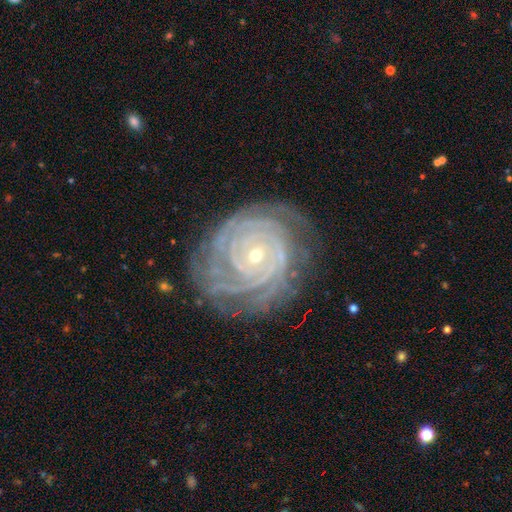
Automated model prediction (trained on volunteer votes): Smooth or featured: featured or disk — 91% (star or artifact — 6%)
Edge-on disk: no — 97% (yes — 3%)
Bar: no — 73% (weak — 18%)
Spiral arms: yes — 98% (no — 2%)
Spiral winding: tight — 88% (medium — 10%)
Spiral arm count: 4 — 25% (3 — 18%)
Bulge size: small — 76% (moderate — 21%)
Merging: none — 76% (minor disturbance — 17%)